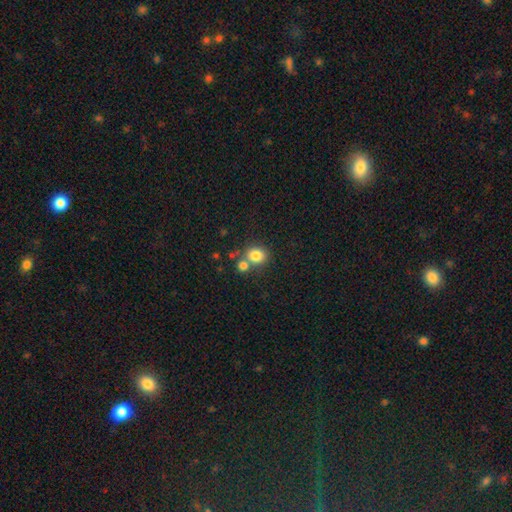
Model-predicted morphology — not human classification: Smooth or featured? Predicted: smooth (p=0.81). How rounded? Predicted: round (p=0.77). Merging? Predicted: none (p=0.58).